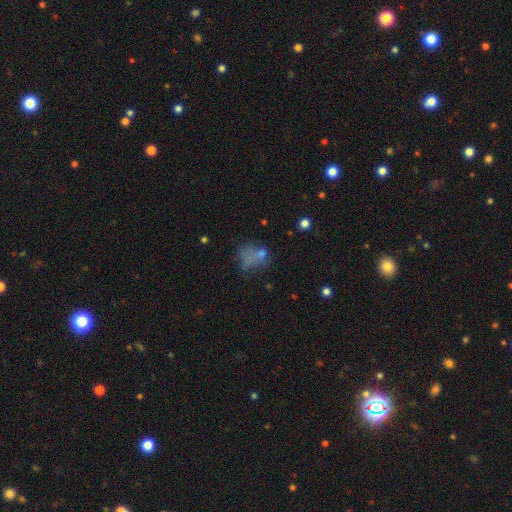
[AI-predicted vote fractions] Smooth or featured: smooth — 60% (featured or disk — 20%)
How rounded: in between — 57% (round — 40%)
Merging: none — 37% (major disturbance — 28%)